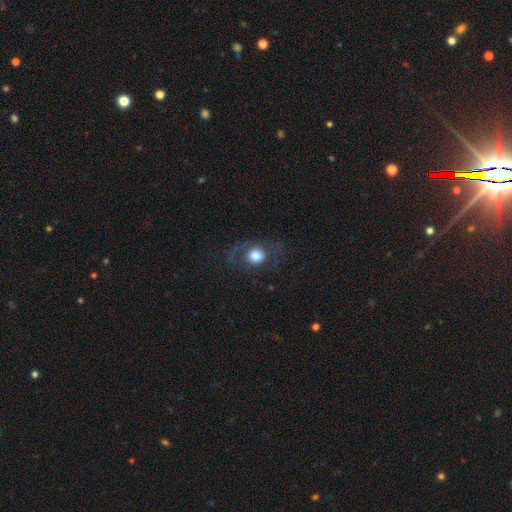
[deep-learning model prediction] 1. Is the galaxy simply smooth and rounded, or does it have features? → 63% smooth, 27% featured or disk, 10% star or artifact.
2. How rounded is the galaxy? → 64% round, 35% in between, 1% cigar-shaped.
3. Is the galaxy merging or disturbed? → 65% none, 17% major disturbance, 16% minor disturbance, 1% merger.